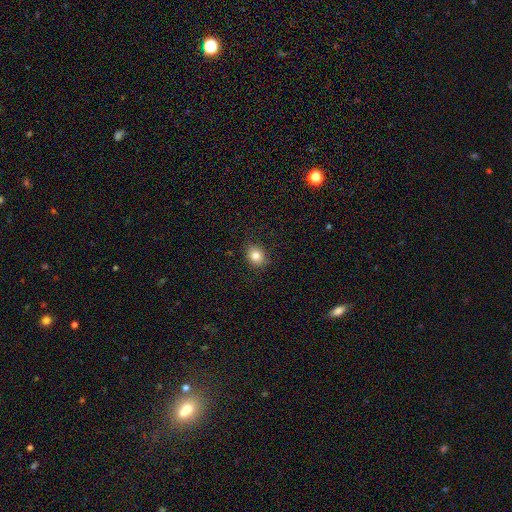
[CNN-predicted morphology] Smooth or featured? Predicted: smooth (p=0.82). How rounded? Predicted: round (p=0.58). Merging? Predicted: none (p=0.82).